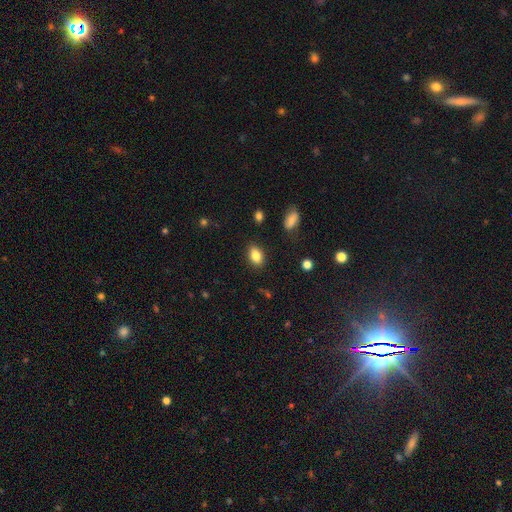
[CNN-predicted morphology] Smooth or featured? smooth (84%)
How rounded? in between (83%)
Merging? none (85%)